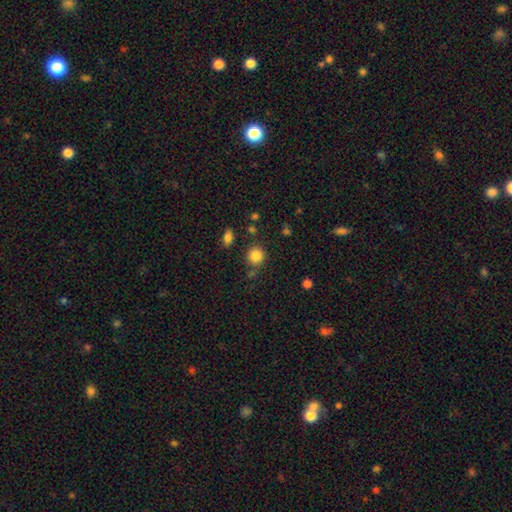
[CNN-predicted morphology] smooth 84%, star or artifact 11%, featured or disk 5%. Down the decision tree: how rounded — round (88%); merging — none (79%).